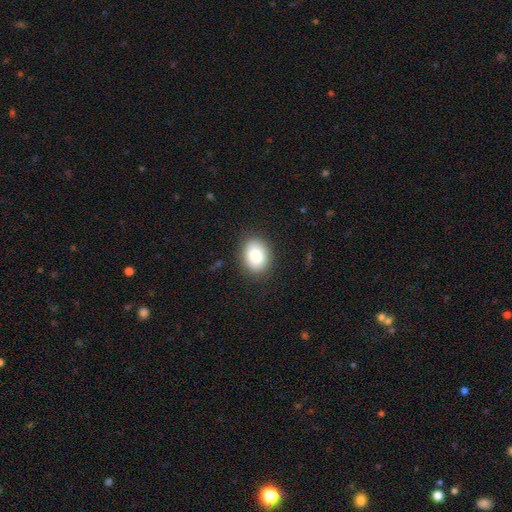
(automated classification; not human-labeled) smooth_or_featured: smooth (p=0.82) [alt: featured or disk p=0.10]
how_rounded: in between (p=0.66) [alt: round p=0.34]
merging: none (p=0.86) [alt: minor disturbance p=0.10]